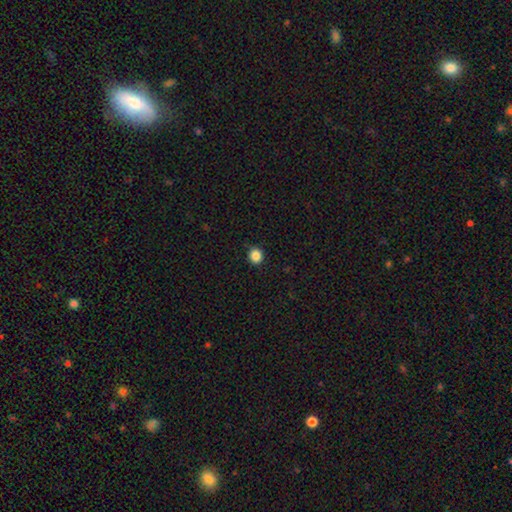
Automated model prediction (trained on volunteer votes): Smooth or featured?
  - smooth: 87% *
  - star or artifact: 10%
  - featured or disk: 3%
How rounded?
  - round: 85% *
  - in between: 14%
  - cigar-shaped: 1%
Merging?
  - none: 91% *
  - minor disturbance: 6%
  - major disturbance: 2%
  - merger: 1%